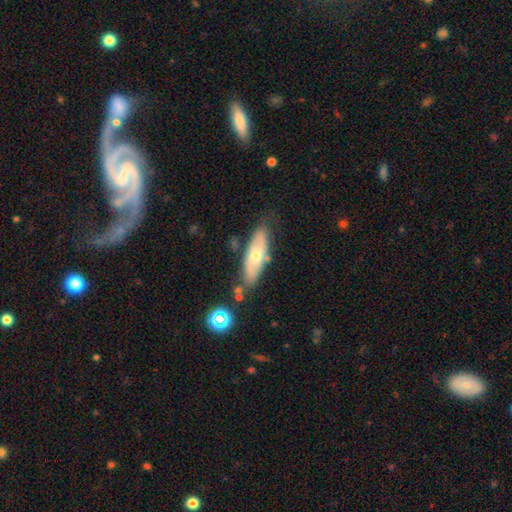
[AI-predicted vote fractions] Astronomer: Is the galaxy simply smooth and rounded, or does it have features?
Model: smooth — 48% (runner-up: featured or disk, 44%).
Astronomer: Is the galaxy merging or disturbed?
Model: none — 75%.